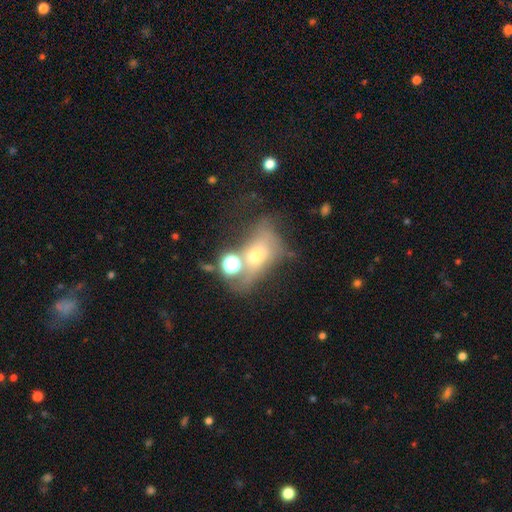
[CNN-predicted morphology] The model was most divided on "merging": merger: 30%, major disturbance: 28%, none: 24%, minor disturbance: 18%. Remaining: smooth or featured — smooth (49%).